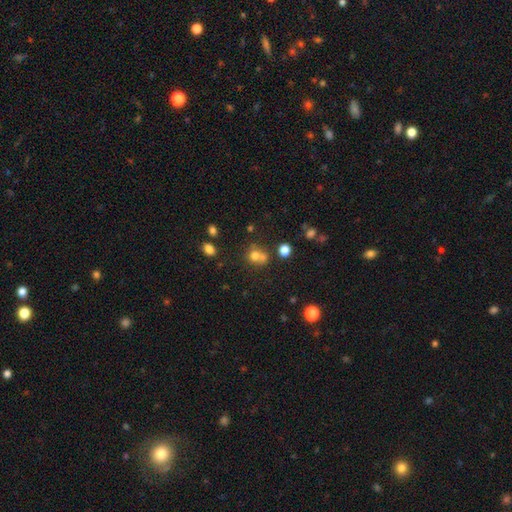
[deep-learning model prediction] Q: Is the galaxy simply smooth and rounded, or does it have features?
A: smooth — 71%.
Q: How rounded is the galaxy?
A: round — 74%.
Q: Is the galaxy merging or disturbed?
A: merger — 45%.